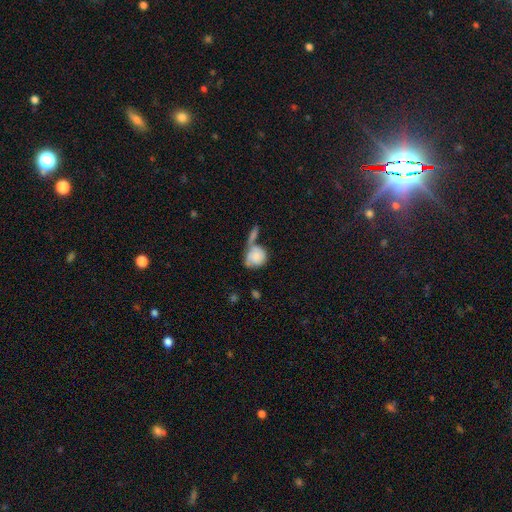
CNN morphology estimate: Smooth or featured? smooth (78%)
How rounded? round (67%)
Merging? merger (48%)